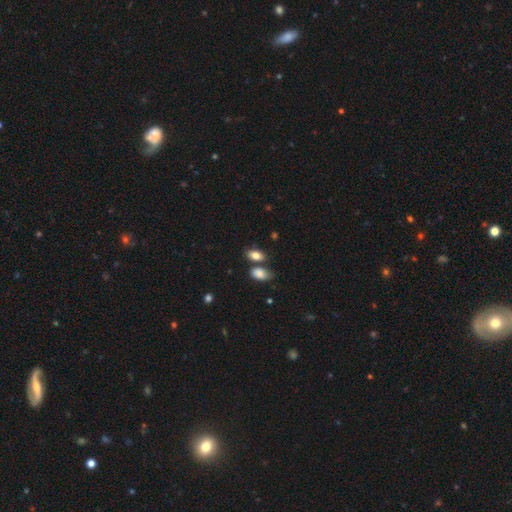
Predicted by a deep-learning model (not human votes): A smooth galaxy with no disk features (84%) that is in between round and cigar-shaped (90%). Merging: none (62%).